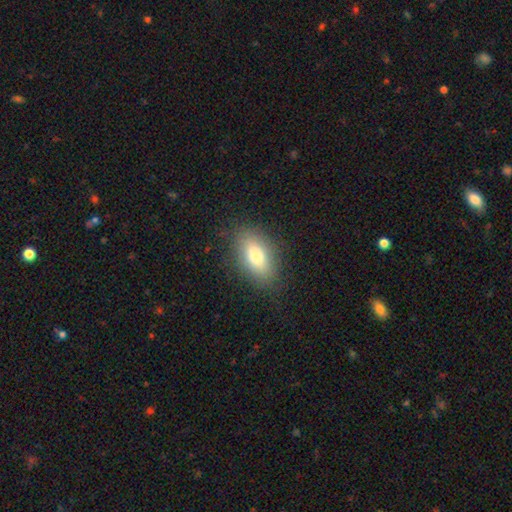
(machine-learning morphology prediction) Smooth or featured?
  - smooth: 79% *
  - featured or disk: 13%
  - star or artifact: 8%
How rounded?
  - in between: 87% *
  - cigar-shaped: 8%
  - round: 5%
Merging?
  - none: 85% *
  - minor disturbance: 11%
  - major disturbance: 3%
  - merger: 1%